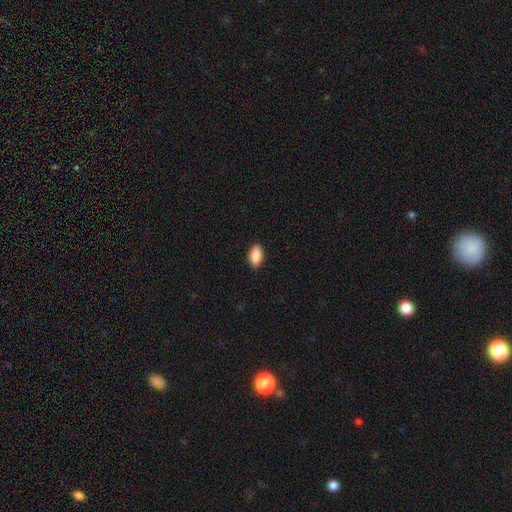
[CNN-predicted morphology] Smooth or featured? smooth (89%)
How rounded? in between (93%)
Merging? none (90%)